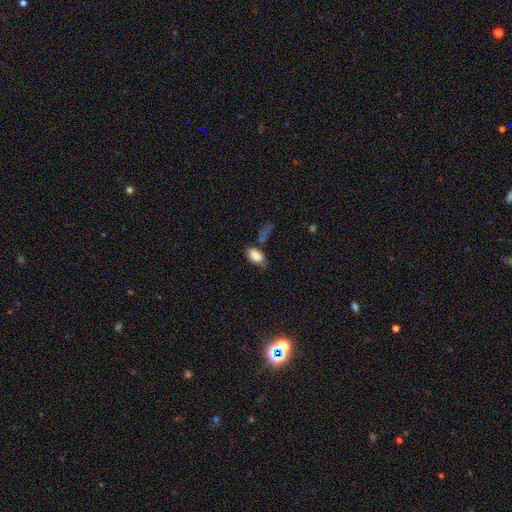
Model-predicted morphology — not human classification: A smooth galaxy with no disk features (84%) that is in between round and cigar-shaped (93%). Merging: none (51%).